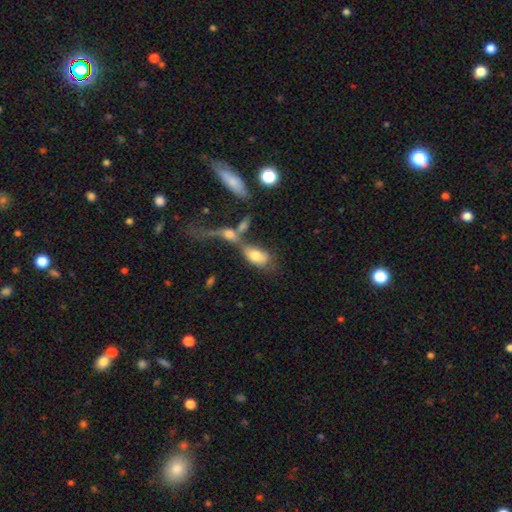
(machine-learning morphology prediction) Smooth or featured? smooth (72%)
How rounded? in between (90%)
Merging? merger (52%)